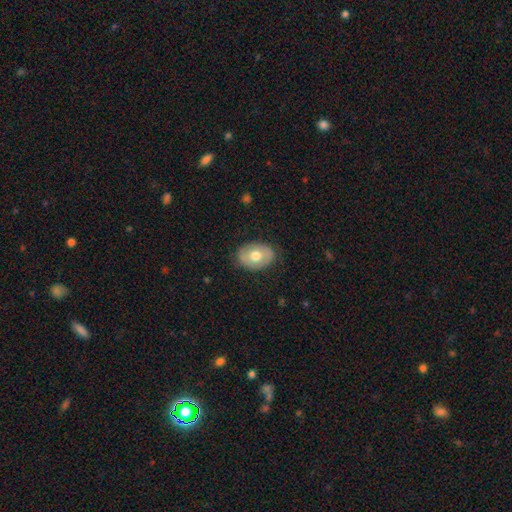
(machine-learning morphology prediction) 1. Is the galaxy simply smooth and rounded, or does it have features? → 63% smooth, 30% featured or disk, 6% star or artifact.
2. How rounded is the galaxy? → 72% in between, 27% round, 1% cigar-shaped.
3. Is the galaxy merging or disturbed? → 81% none, 14% minor disturbance, 3% major disturbance, 1% merger.